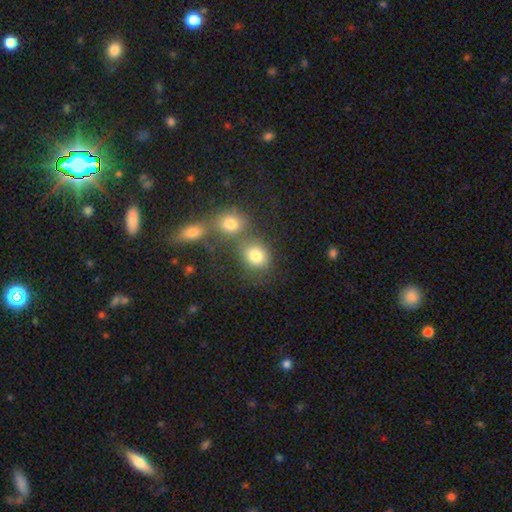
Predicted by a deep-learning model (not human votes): Smooth or featured: smooth — 79% (star or artifact — 13%)
How rounded: round — 63% (in between — 35%)
Merging: none — 48% (merger — 35%)